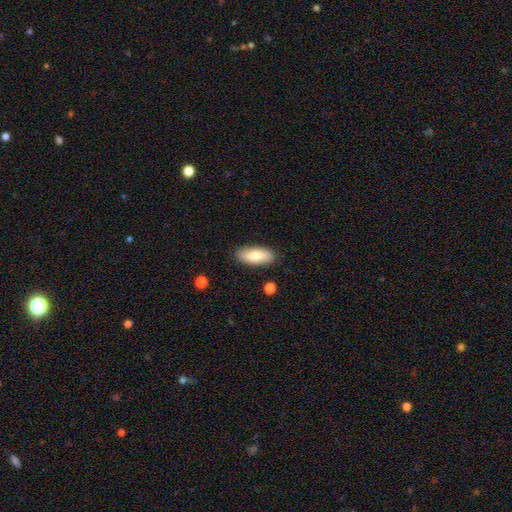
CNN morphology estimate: Smooth or featured? smooth (79%)
How rounded? in between (82%)
Merging? none (87%)